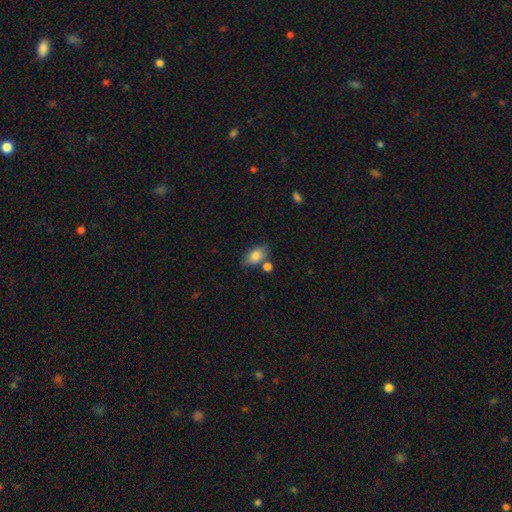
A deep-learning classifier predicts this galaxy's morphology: This appears to be a smooth galaxy with no disk features (83%) that is in between round and cigar-shaped (88%). Merging: none (62%).